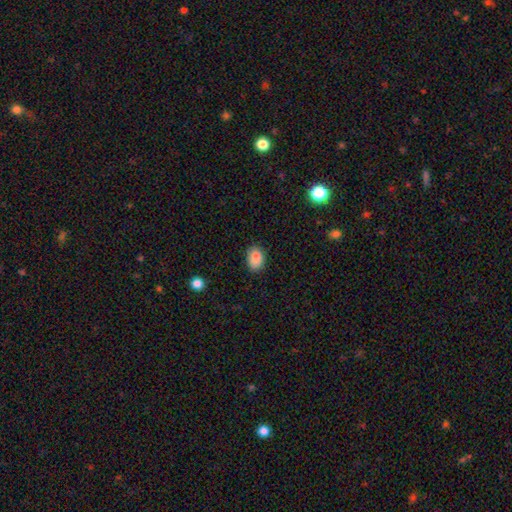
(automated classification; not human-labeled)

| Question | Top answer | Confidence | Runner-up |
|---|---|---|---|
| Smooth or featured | smooth | 87% | star or artifact (9%) |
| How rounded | in between | 81% | round (18%) |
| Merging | none | 82% | minor disturbance (14%) |